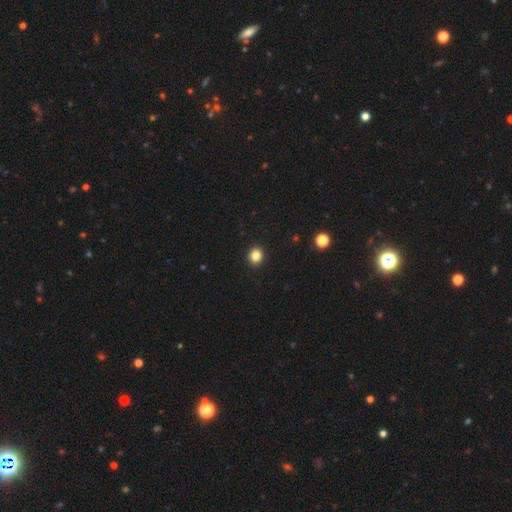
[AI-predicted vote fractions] smooth-or-featured: smooth: 84% | star or artifact: 11% | featured or disk: 4%
  how-rounded: round: 85% | in between: 14% | cigar-shaped: 1%
  merging: none: 93% | minor disturbance: 4% | major disturbance: 2% | merger: 1%